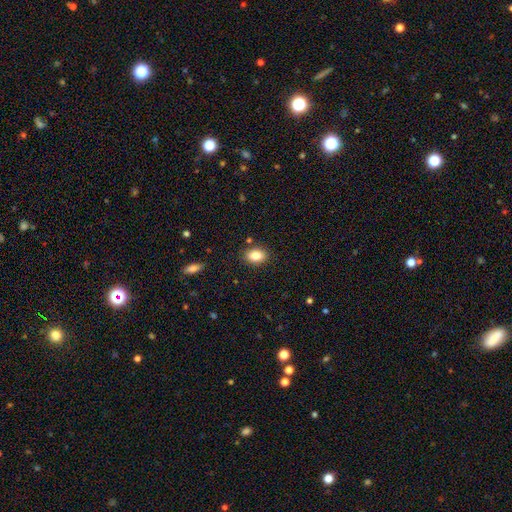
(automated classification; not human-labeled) Overall: smooth (83%). How rounded: in between (79%). Merging: none (86%).